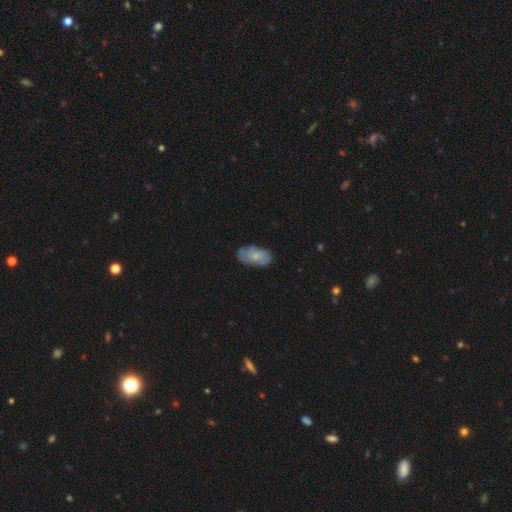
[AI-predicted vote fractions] smooth 47%, featured or disk 46%, star or artifact 7%. Down the decision tree: merging — none (65%).